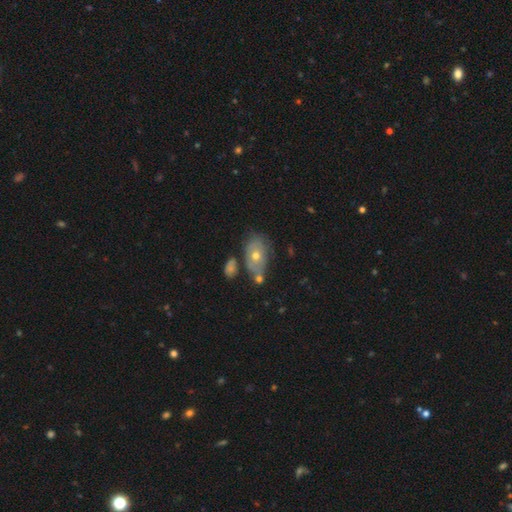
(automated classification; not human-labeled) smooth_or_featured: smooth (p=0.50) [alt: featured or disk p=0.40]
how_rounded: in between (p=0.81) [alt: round p=0.17]
merging: none (p=0.49) [alt: minor disturbance p=0.24]